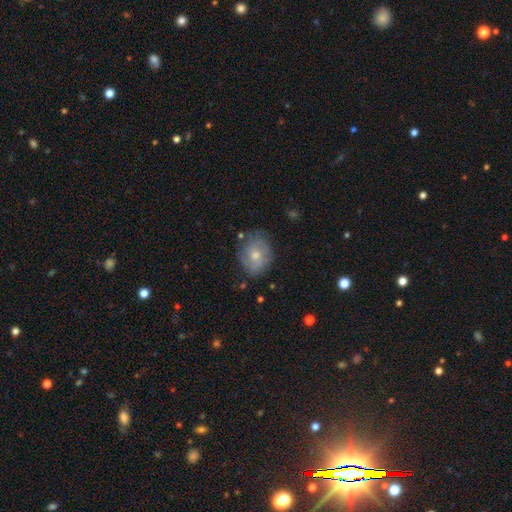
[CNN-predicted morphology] Smooth or featured: smooth — 51% (featured or disk — 41%)
How rounded: round — 58% (in between — 41%)
Merging: none — 68% (minor disturbance — 22%)